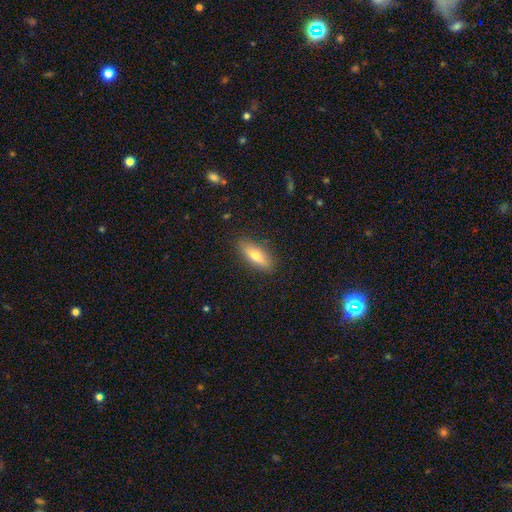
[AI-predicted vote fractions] Smooth or featured? smooth (65%)
How rounded? in between (59%)
Merging? none (87%)